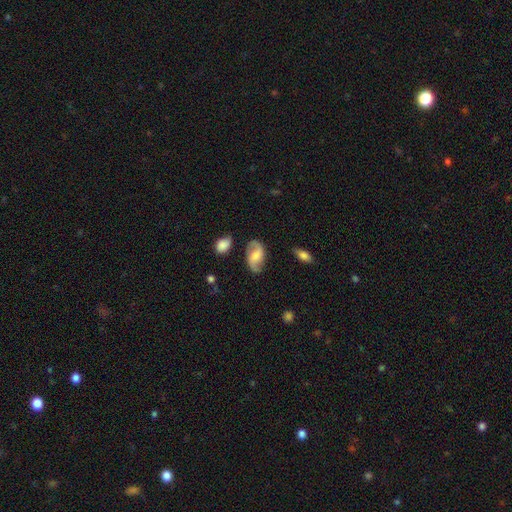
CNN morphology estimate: This appears to be a featured or disk galaxy (66%) with no bar (45%), 2 (90%) loose (52%) spiral arms (92%) and a moderate central bulge (40%). Merging: none (73%).